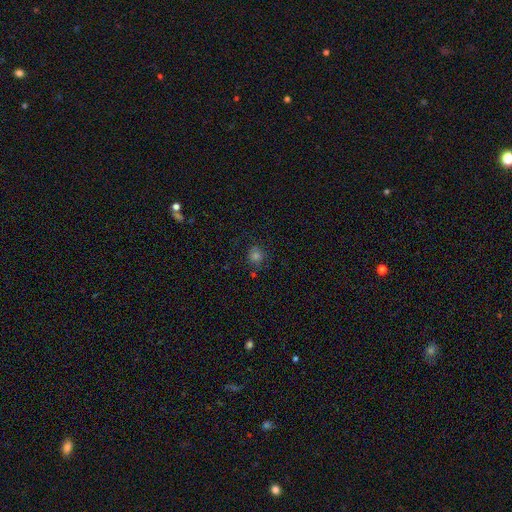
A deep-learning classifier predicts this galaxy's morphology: Smooth or featured: smooth — 67% (star or artifact — 24%)
How rounded: round — 90% (in between — 9%)
Merging: none — 79% (minor disturbance — 13%)